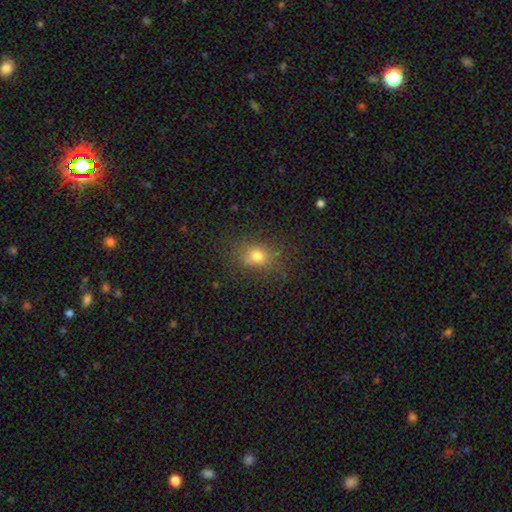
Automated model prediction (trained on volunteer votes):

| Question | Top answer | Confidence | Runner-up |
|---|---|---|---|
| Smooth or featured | smooth | 73% | star or artifact (17%) |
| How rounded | round | 50% | in between (48%) |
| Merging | none | 82% | minor disturbance (13%) |